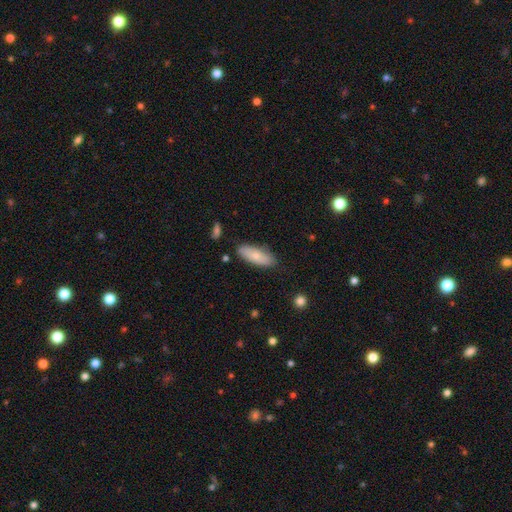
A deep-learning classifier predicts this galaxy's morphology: The model was most divided on "how rounded": in between: 72%, cigar-shaped: 26%, round: 2%. More confident: merging — none (81%); smooth or featured — smooth (73%).